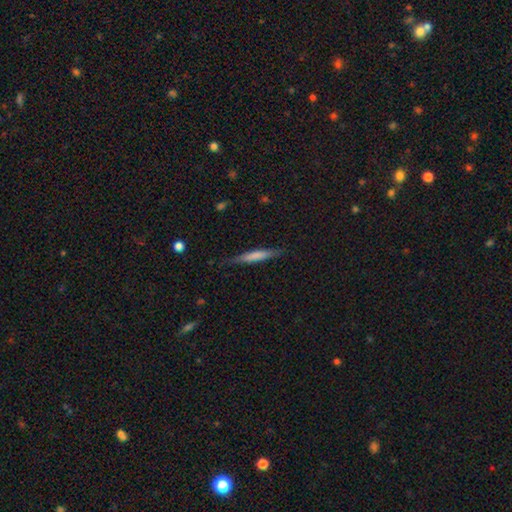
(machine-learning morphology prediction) Q: Smooth or featured?
A: smooth (63%); runner-up: featured or disk (31%)
Q: How rounded?
A: cigar-shaped (91%); runner-up: in between (7%)
Q: Merging?
A: none (80%); runner-up: minor disturbance (15%)